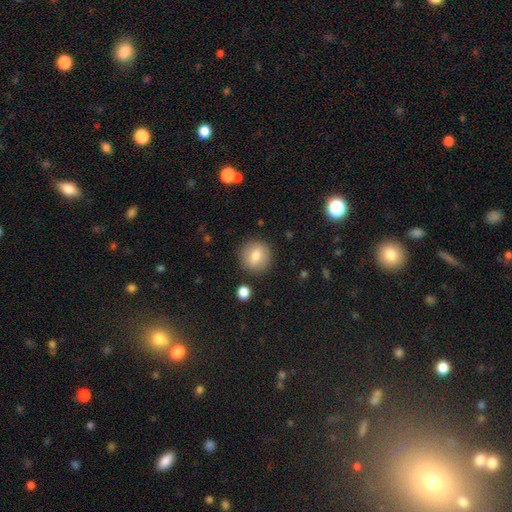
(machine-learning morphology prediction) Q: Smooth or featured?
A: smooth (75%); runner-up: featured or disk (17%)
Q: How rounded?
A: round (87%); runner-up: in between (12%)
Q: Merging?
A: none (87%); runner-up: minor disturbance (8%)